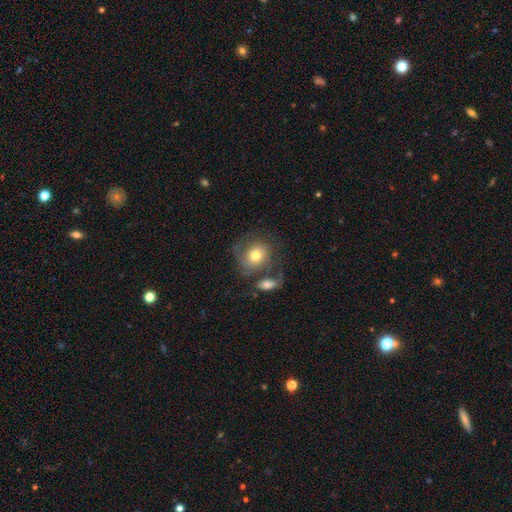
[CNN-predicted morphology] This is possibly a smooth galaxy (53%). How rounded: likely round (64%). Merging: marginally none (44%).